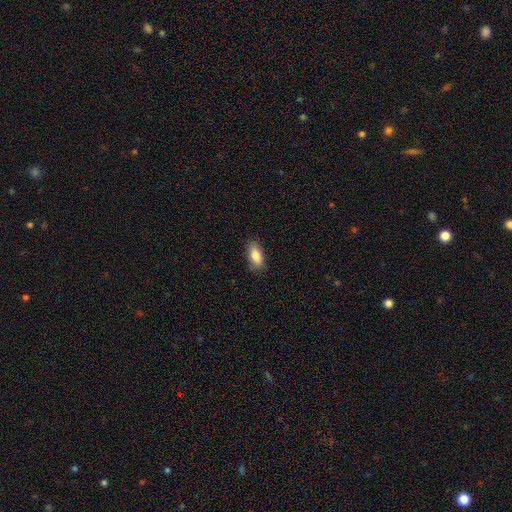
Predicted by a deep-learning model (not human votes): Smooth or featured?
  - smooth: 83% *
  - featured or disk: 10%
  - star or artifact: 7%
How rounded?
  - in between: 86% *
  - cigar-shaped: 11%
  - round: 3%
Merging?
  - none: 83% *
  - minor disturbance: 14%
  - major disturbance: 3%
  - merger: 1%